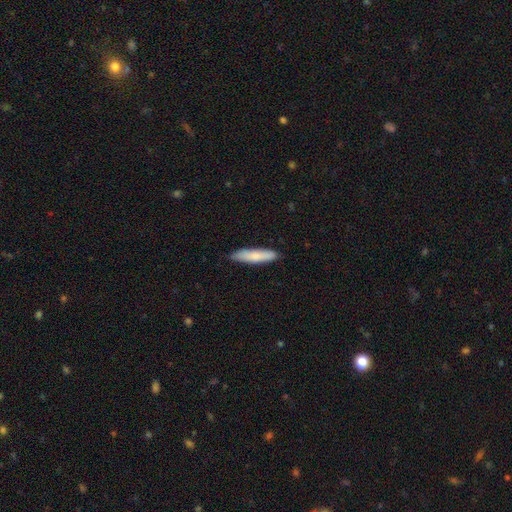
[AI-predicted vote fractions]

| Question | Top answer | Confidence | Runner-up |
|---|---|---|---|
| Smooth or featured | smooth | 79% | featured or disk (16%) |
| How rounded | cigar-shaped | 83% | in between (16%) |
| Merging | none | 87% | minor disturbance (10%) |